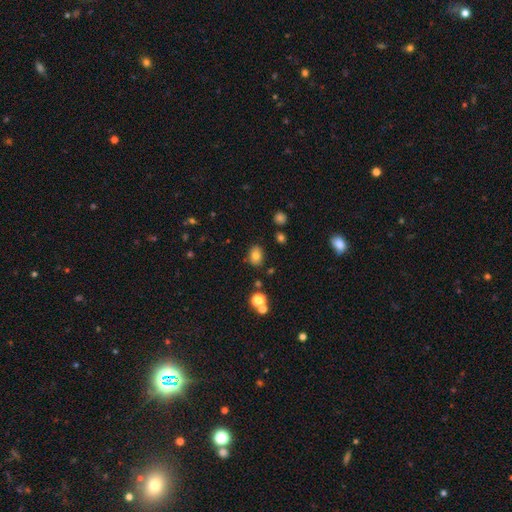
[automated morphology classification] Q: Smooth or featured?
A: smooth (77%); runner-up: star or artifact (13%)
Q: How rounded?
A: in between (69%); runner-up: round (30%)
Q: Merging?
A: none (81%); runner-up: minor disturbance (12%)